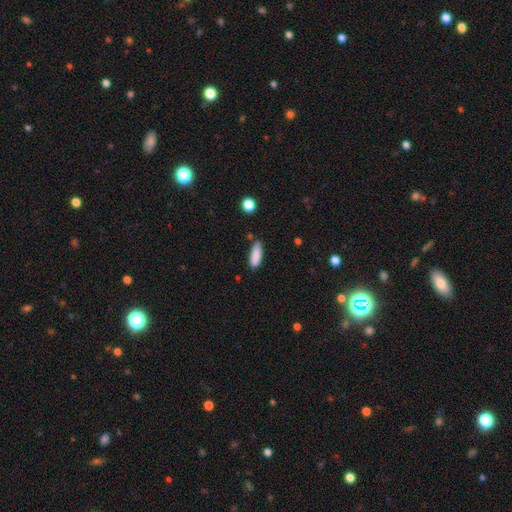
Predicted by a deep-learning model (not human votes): Overall: smooth (86%). How rounded: in between (49%, tied with cigar-shaped). Merging: none (75%).